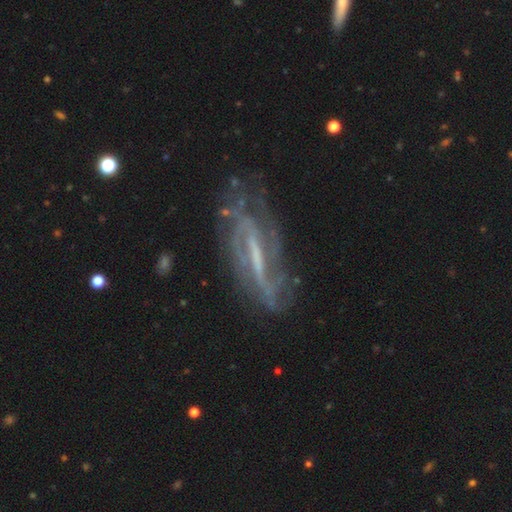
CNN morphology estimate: featured or disk 83%, smooth 9%, star or artifact 8%. Down the decision tree: edge-on disk — no (79%); bar — strong (56%); spiral arms — yes (87%); spiral arm count — 2 (39%); spiral winding — tight (43%); bulge size — small (37%); merging — none (66%).